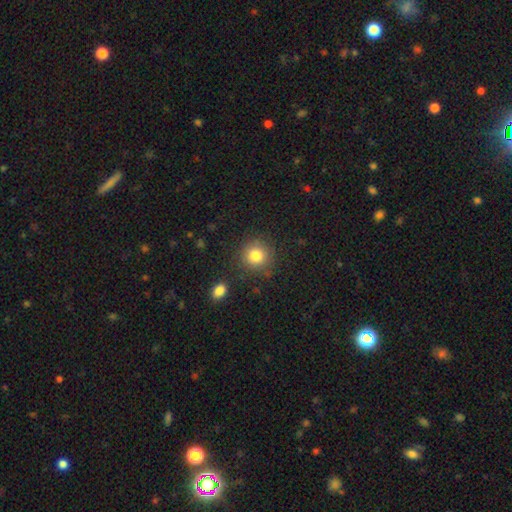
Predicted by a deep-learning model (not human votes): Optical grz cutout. It shows a smooth galaxy with no disk features (83%) that is round (91%). Merging: none (85%).